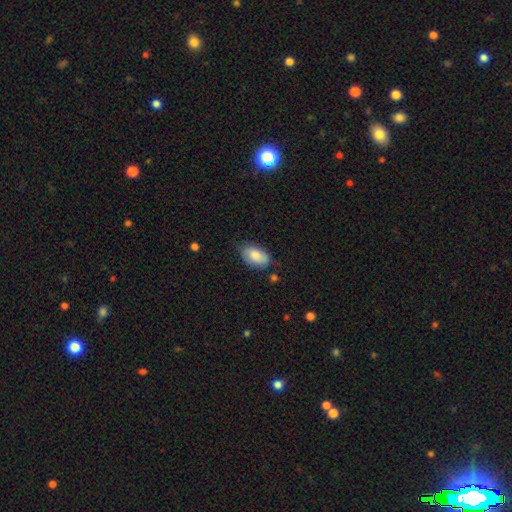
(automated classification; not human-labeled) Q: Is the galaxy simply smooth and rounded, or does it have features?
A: smooth — 84%.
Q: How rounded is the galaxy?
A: in between — 93%.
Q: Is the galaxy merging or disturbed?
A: none — 73%.